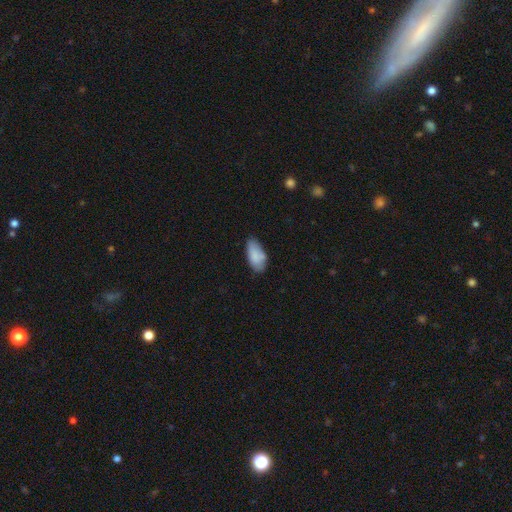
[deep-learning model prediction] smooth-or-featured: smooth: 84% | featured or disk: 9% | star or artifact: 7%
  how-rounded: in between: 92% | cigar-shaped: 5% | round: 2%
  merging: none: 69% | minor disturbance: 24% | major disturbance: 5% | merger: 3%